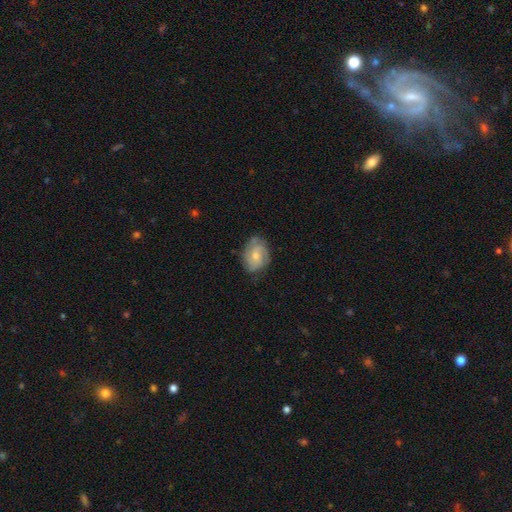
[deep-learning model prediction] Morphology: type=featured or disk (55%); edge-on=no (97%); bar=no (71%); spiral arms=yes (84%); bulge=small (51%); merging=none (68%).